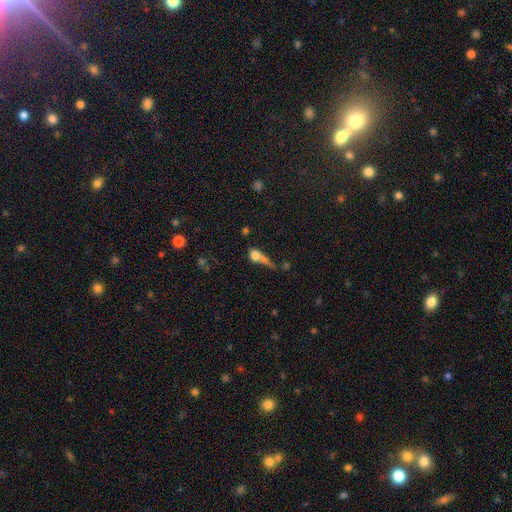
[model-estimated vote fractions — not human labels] A smooth galaxy with no disk features (64%) that is round (43%).

Vote fractions:
- Smooth or featured? smooth: 64% / featured or disk: 22% / star or artifact: 15%
- How rounded? round: 43% / in between: 35% / cigar-shaped: 21%
- Merging? merger: 37% / none: 28% / major disturbance: 21% / minor disturbance: 14%